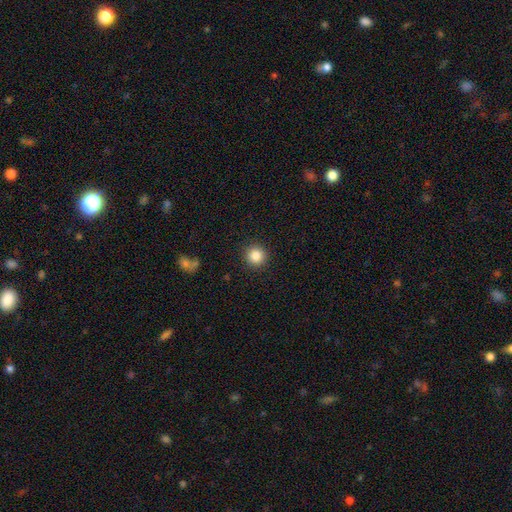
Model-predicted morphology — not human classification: Smooth or featured?
  - smooth: 86% *
  - star or artifact: 10%
  - featured or disk: 4%
How rounded?
  - round: 94% *
  - in between: 5%
  - cigar-shaped: 1%
Merging?
  - none: 92% *
  - minor disturbance: 5%
  - major disturbance: 2%
  - merger: 1%